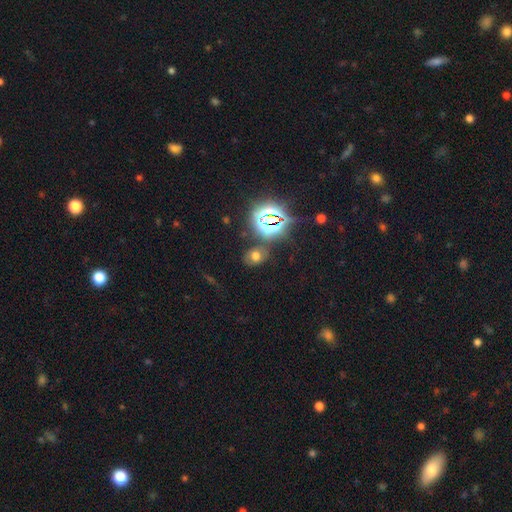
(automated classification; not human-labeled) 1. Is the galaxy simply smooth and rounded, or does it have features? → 52% smooth, 35% star or artifact, 13% featured or disk.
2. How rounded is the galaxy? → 59% in between, 40% round, 1% cigar-shaped.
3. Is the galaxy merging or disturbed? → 75% none, 13% minor disturbance, 6% merger, 6% major disturbance.